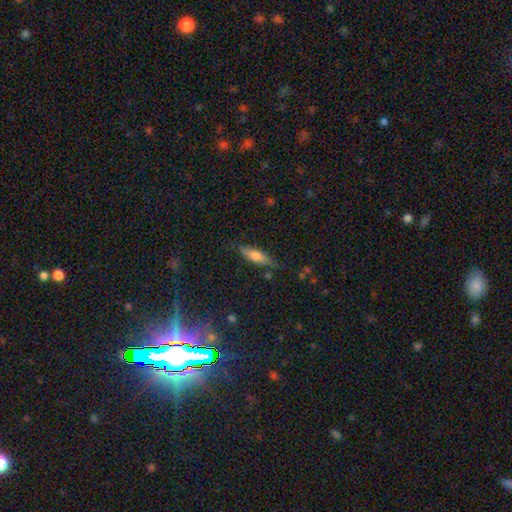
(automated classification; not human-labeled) This appears to be a smooth galaxy with no disk features (64%) that is cigar-shaped (59%). Merging: none (76%).